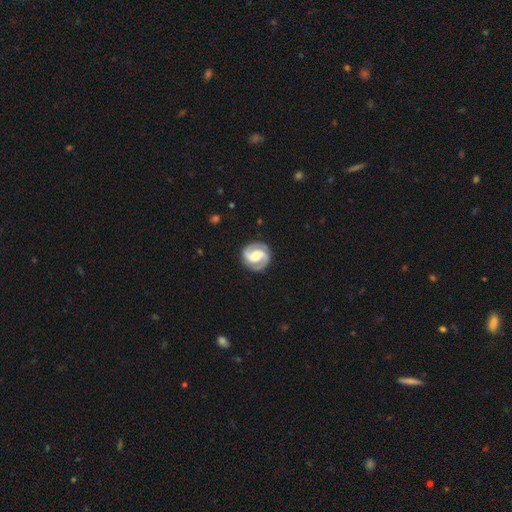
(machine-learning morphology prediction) type=featured or disk (87%); edge-on=no (98%); bar=weak (44%); spiral arms=yes (97%); winding=medium (46%); arm count=2 (92%); bulge=moderate (40%); merging=none (86%).